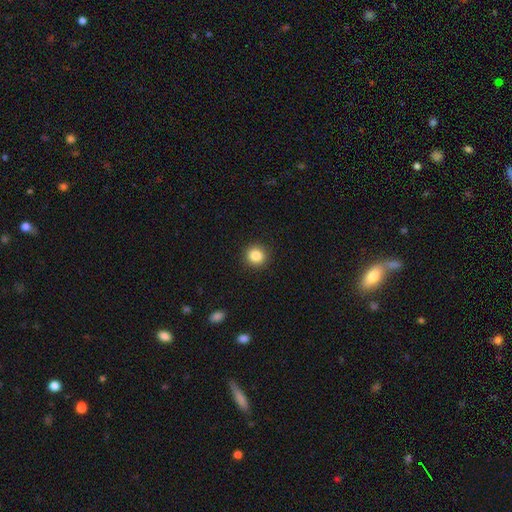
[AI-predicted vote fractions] A smooth galaxy with no disk features (86%) that is round (92%). Merging: none (92%).